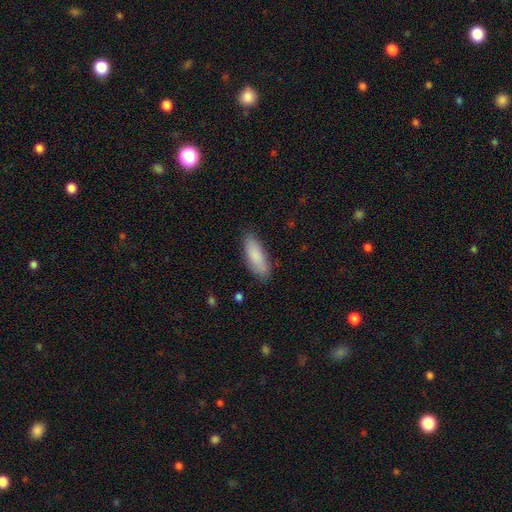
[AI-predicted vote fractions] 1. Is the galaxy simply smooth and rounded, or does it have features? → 86% smooth, 8% featured or disk, 6% star or artifact.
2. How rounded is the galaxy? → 62% in between, 36% cigar-shaped, 2% round.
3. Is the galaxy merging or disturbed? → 83% none, 13% minor disturbance, 3% major disturbance, 1% merger.